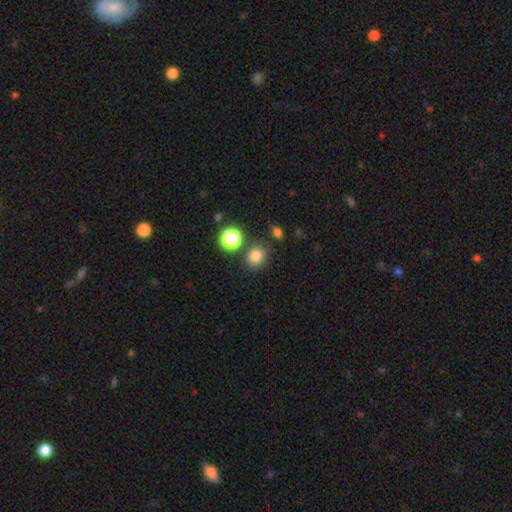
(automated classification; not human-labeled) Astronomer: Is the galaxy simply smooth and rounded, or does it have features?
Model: smooth — 80%.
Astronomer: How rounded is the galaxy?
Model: round — 79%.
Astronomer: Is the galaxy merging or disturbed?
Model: none — 80%.